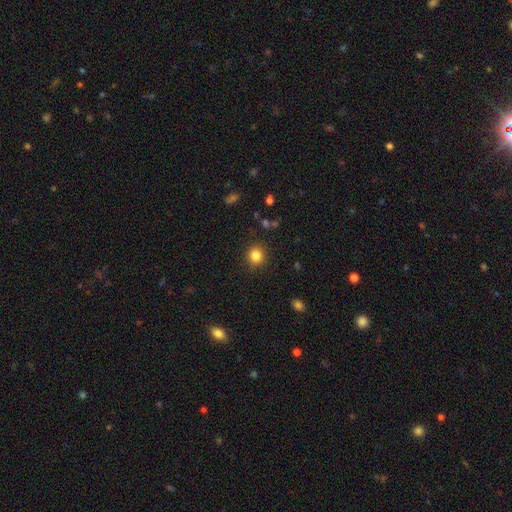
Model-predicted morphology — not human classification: Smooth or featured? Predicted: smooth (p=0.84). How rounded? Predicted: round (p=0.88). Merging? Predicted: none (p=0.90).